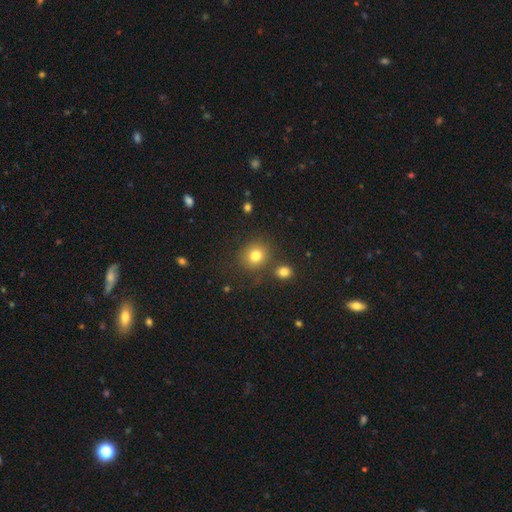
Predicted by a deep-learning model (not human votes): Smooth or featured: smooth — 79% (star or artifact — 13%)
How rounded: round — 85% (in between — 14%)
Merging: none — 78% (minor disturbance — 9%)